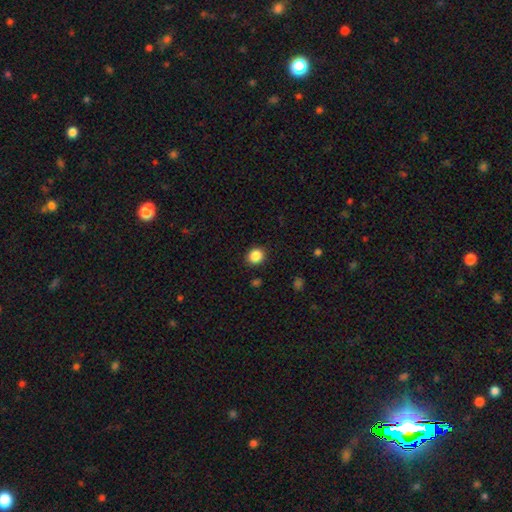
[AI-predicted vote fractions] Morphology: type=smooth (86%); roundness=round (80%); merging=none (89%).